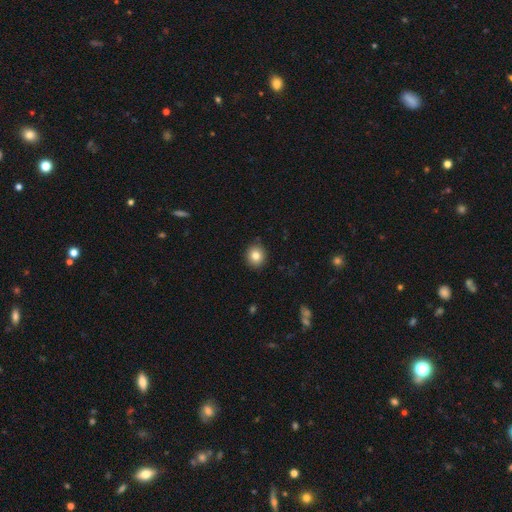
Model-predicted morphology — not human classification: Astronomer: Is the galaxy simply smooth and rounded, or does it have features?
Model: smooth — 82%.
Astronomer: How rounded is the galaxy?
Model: round — 86%.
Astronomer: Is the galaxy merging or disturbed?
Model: none — 90%.